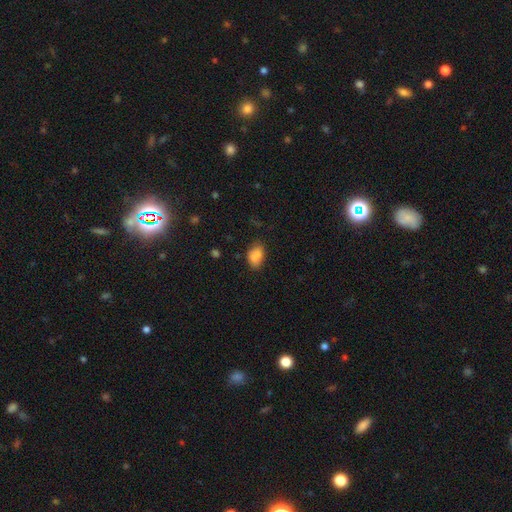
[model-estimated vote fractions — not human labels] Smooth or featured? Predicted: smooth (p=0.86). How rounded? Predicted: in between (p=0.84). Merging? Predicted: none (p=0.68).